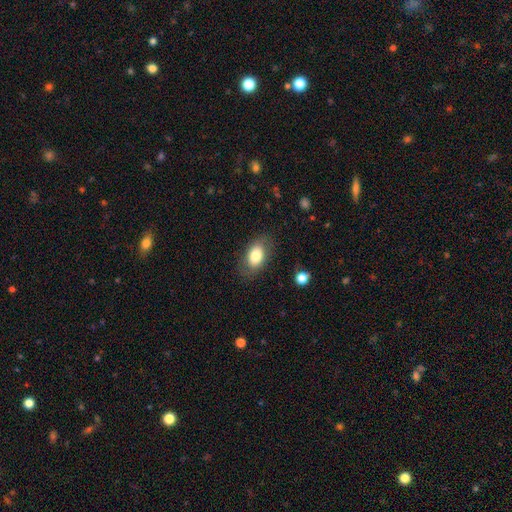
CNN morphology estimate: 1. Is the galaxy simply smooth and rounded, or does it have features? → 78% smooth, 14% featured or disk, 8% star or artifact.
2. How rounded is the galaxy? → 88% in between, 10% round, 2% cigar-shaped.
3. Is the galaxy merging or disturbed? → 80% none, 14% minor disturbance, 5% major disturbance, 1% merger.